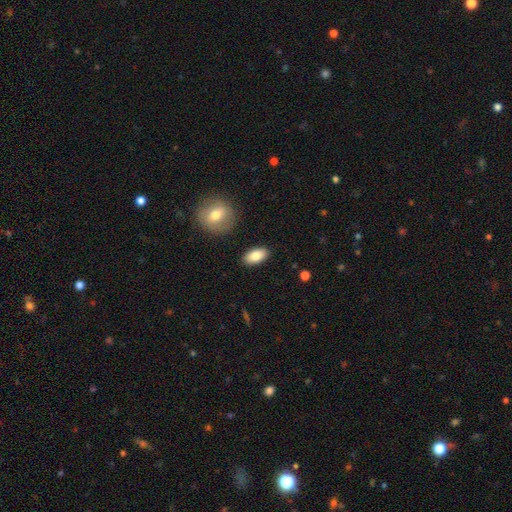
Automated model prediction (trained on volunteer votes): Smooth or featured: smooth — 84% (featured or disk — 10%)
How rounded: in between — 91% (cigar-shaped — 5%)
Merging: none — 88% (minor disturbance — 8%)